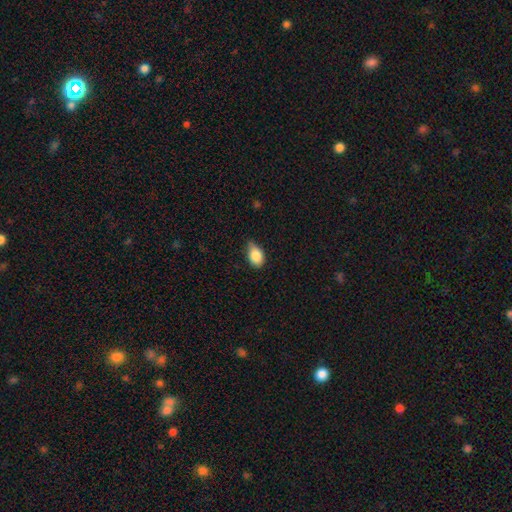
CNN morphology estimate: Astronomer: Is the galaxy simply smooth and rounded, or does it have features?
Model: smooth — 85%.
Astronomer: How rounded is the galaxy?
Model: in between — 83%.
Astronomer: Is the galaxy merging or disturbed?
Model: none — 48% (runner-up: minor disturbance, 44%).